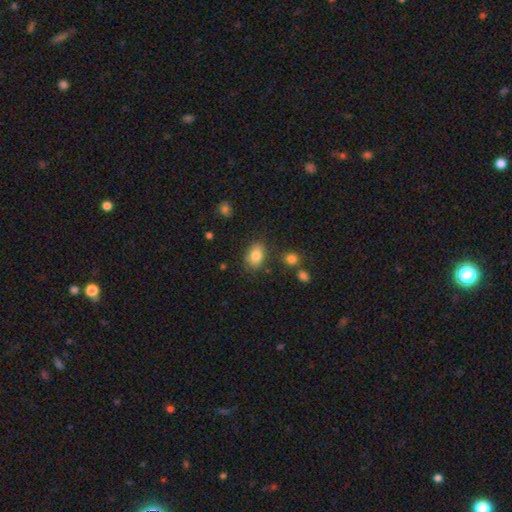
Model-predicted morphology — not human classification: The model was most divided on "how rounded": in between: 78%, round: 21%, cigar-shaped: 1%. More confident: smooth or featured — smooth (82%); merging — none (77%).